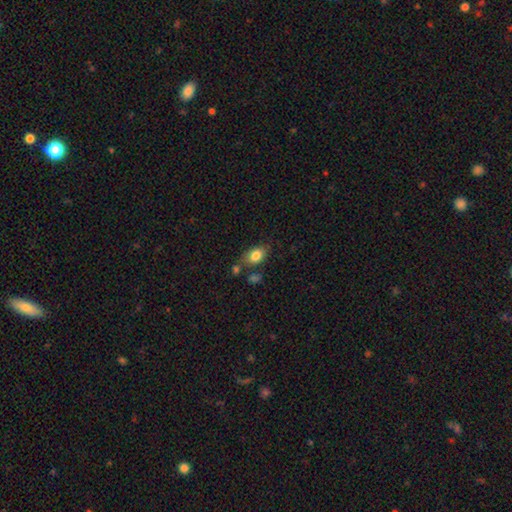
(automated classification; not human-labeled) Q: Smooth or featured?
A: smooth (82%); runner-up: featured or disk (10%)
Q: How rounded?
A: in between (85%); runner-up: round (13%)
Q: Merging?
A: none (65%); runner-up: minor disturbance (18%)